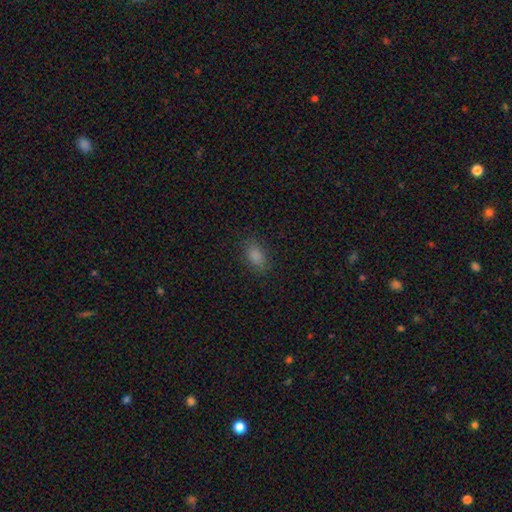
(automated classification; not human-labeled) smooth-or-featured: smooth: 84% | star or artifact: 11% | featured or disk: 4%
  how-rounded: in between: 88% | round: 10% | cigar-shaped: 3%
  merging: none: 84% | minor disturbance: 12% | major disturbance: 3% | merger: 1%